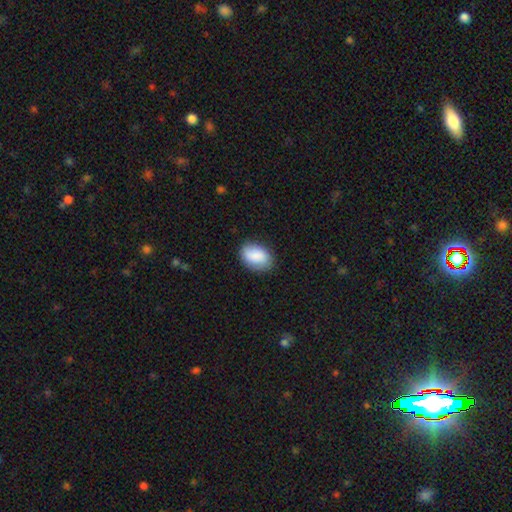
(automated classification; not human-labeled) smooth_or_featured: smooth (p=0.86) [alt: featured or disk p=0.08]
how_rounded: in between (p=0.84) [alt: round p=0.15]
merging: none (p=0.83) [alt: minor disturbance p=0.13]